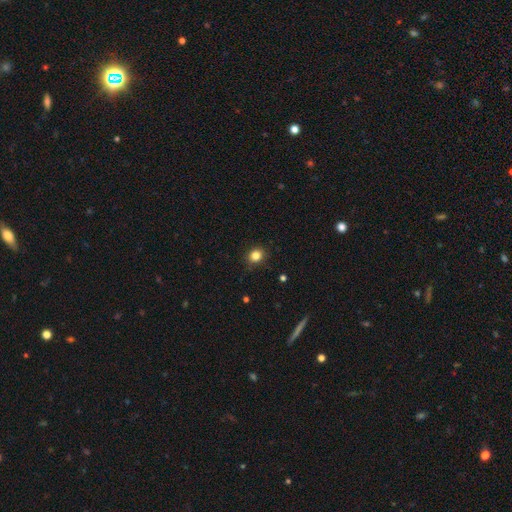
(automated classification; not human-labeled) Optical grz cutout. It shows a smooth galaxy with no disk features (83%) that is round (76%). Merging: none (87%).